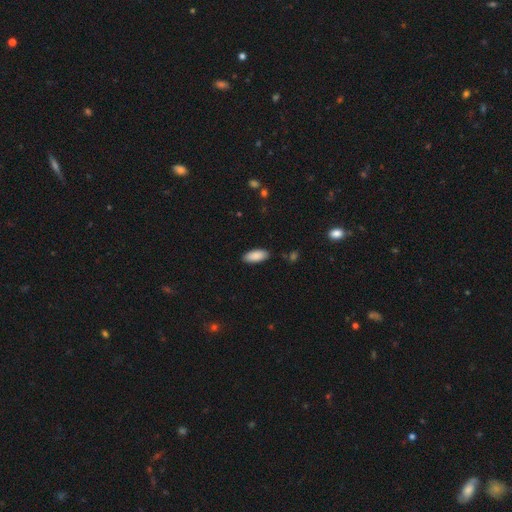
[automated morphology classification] The model was most divided on "how rounded": in between: 86%, cigar-shaped: 12%, round: 2%. More confident: smooth or featured — smooth (89%); merging — none (88%).